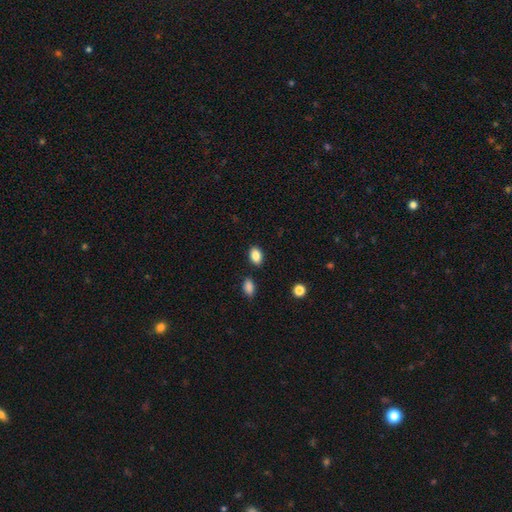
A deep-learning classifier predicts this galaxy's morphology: A smooth galaxy with no disk features (87%) that is in between round and cigar-shaped (82%).

Vote fractions:
- Smooth or featured? smooth: 87% / star or artifact: 8% / featured or disk: 5%
- How rounded? in between: 82% / round: 17% / cigar-shaped: 1%
- Merging? none: 84% / minor disturbance: 9% / merger: 4% / major disturbance: 2%